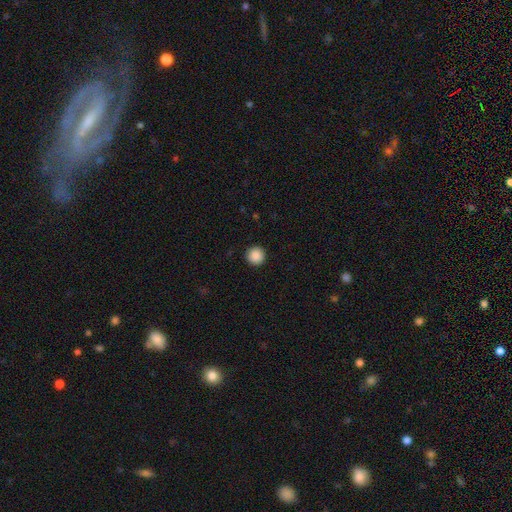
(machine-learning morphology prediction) type=smooth (89%); roundness=round (96%); merging=none (93%).